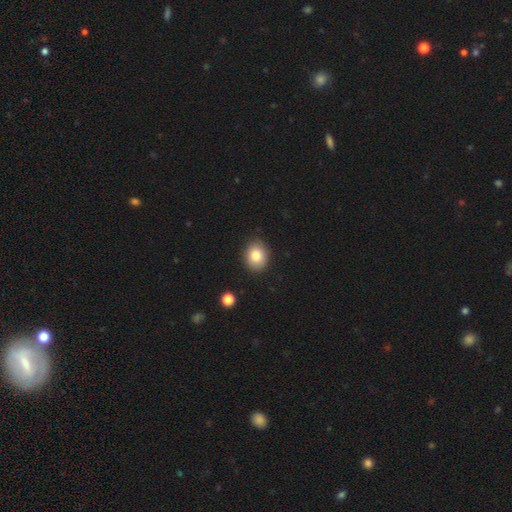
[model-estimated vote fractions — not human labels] smooth-or-featured: smooth: 83% | star or artifact: 9% | featured or disk: 8%
  how-rounded: in between: 51% | round: 48% | cigar-shaped: 1%
  merging: none: 87% | minor disturbance: 10% | major disturbance: 2% | merger: 1%